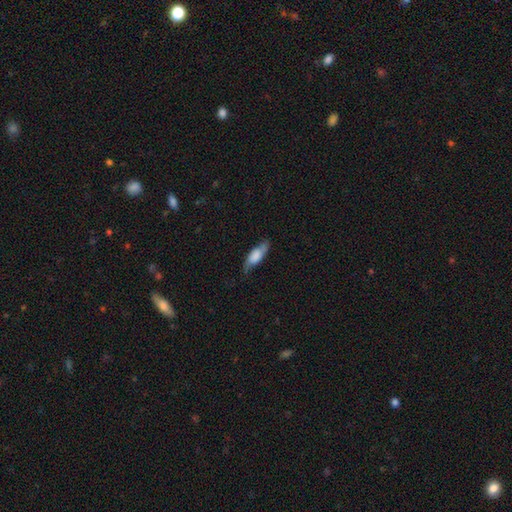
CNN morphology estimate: type=smooth (59%); roundness=in between (64%); merging=none (69%).